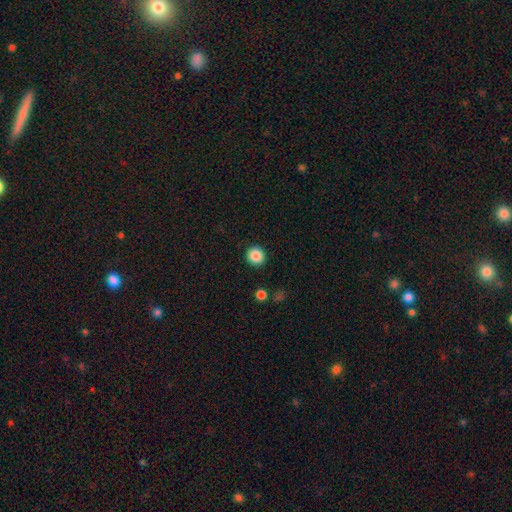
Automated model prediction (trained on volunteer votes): Smooth or featured? Predicted: smooth (p=0.87). How rounded? Predicted: round (p=0.91). Merging? Predicted: none (p=0.92).